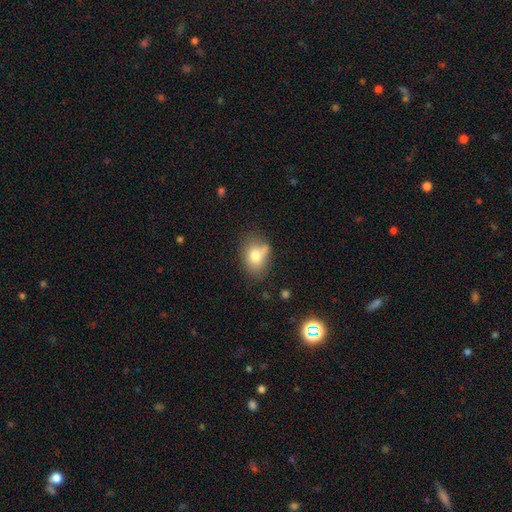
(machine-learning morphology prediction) The model was most divided on "how rounded": in between: 63%, round: 36%, cigar-shaped: 1%. More confident: smooth or featured — smooth (76%); merging — none (55%).